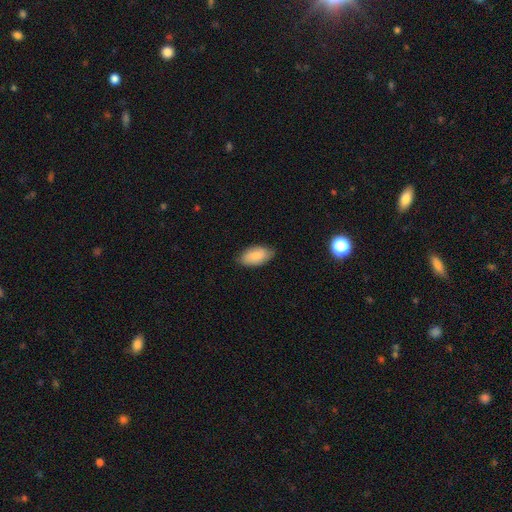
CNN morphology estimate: smooth-or-featured: smooth: 85% | featured or disk: 9% | star or artifact: 6%
  how-rounded: in between: 94% | cigar-shaped: 3% | round: 3%
  merging: none: 81% | minor disturbance: 16% | major disturbance: 3% | merger: 1%